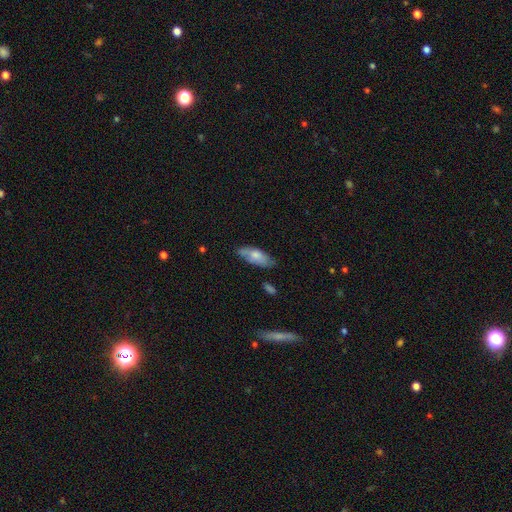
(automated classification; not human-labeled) Morphology: type=smooth (67%); roundness=in between (78%); merging=none (61%).